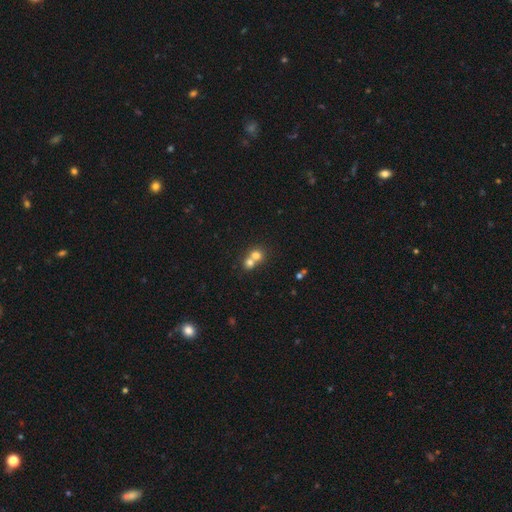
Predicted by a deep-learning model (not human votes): A smooth galaxy with no disk features (73%) that is round (81%). Merging: merger (62%).